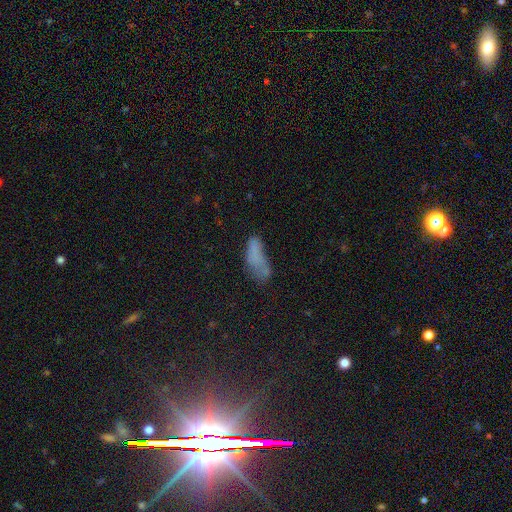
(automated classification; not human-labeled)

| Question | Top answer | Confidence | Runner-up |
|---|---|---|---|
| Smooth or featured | smooth | 65% | featured or disk (19%) |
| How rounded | in between | 71% | cigar-shaped (26%) |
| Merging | none | 37% | minor disturbance (26%) |